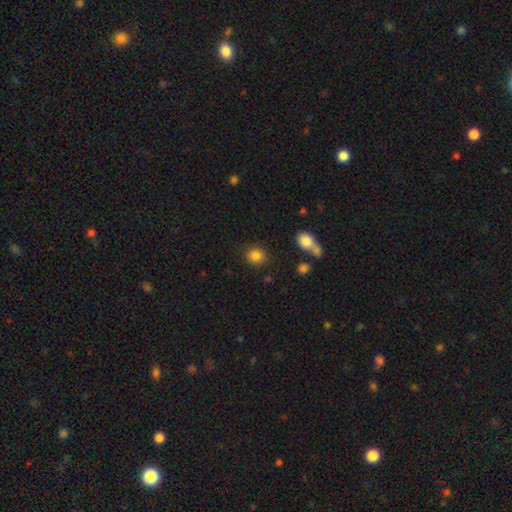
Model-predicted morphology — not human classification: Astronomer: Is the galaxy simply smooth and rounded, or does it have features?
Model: smooth — 85%.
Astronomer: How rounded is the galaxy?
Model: round — 83%.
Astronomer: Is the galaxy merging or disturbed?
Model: none — 85%.